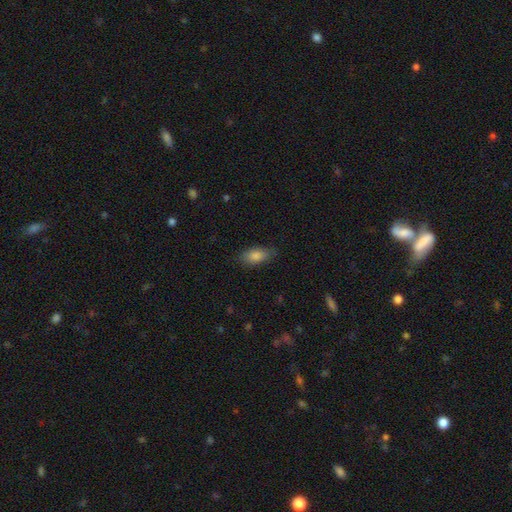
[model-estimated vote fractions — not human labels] Smooth or featured: smooth — 85% (featured or disk — 8%)
How rounded: in between — 88% (cigar-shaped — 8%)
Merging: none — 82% (minor disturbance — 14%)